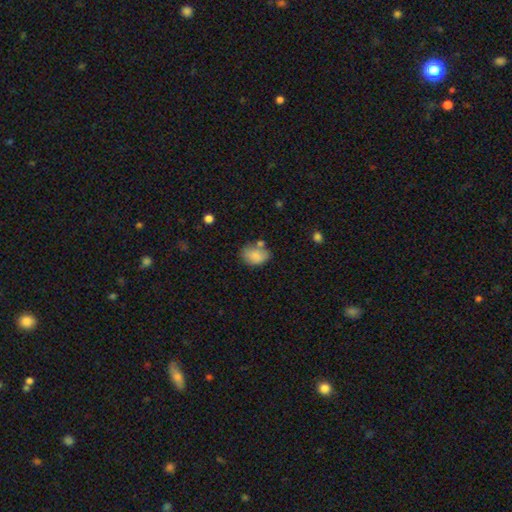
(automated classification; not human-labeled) Overall: smooth (81%). How rounded: in between (69%; round 30%). Merging: none (54%; minor disturbance 24%).